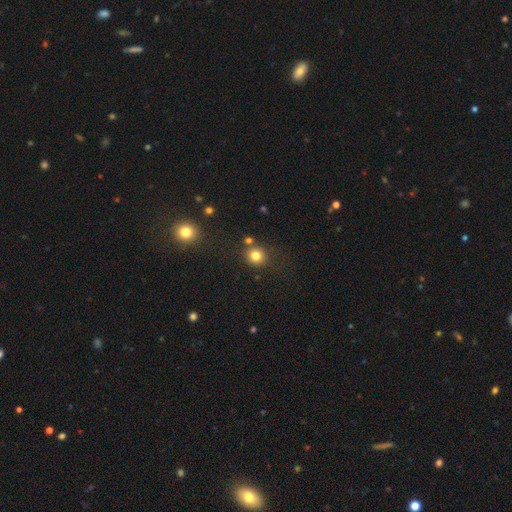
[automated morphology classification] This is clearly a smooth galaxy (81%). How rounded: clearly round (88%). Merging: likely none (78%).